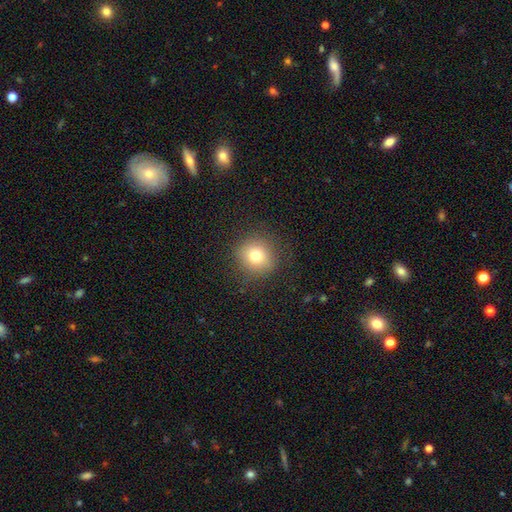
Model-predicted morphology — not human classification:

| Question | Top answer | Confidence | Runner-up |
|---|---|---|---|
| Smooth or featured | smooth | 77% | star or artifact (12%) |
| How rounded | round | 90% | in between (9%) |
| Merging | none | 87% | minor disturbance (9%) |